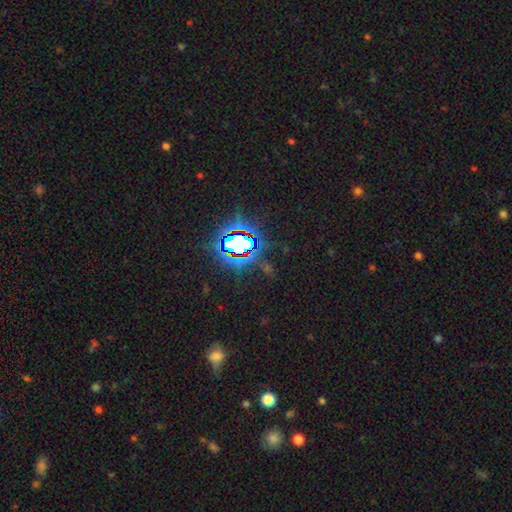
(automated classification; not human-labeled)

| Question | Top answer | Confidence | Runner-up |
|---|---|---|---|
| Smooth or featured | star or artifact | 82% | smooth (11%) |